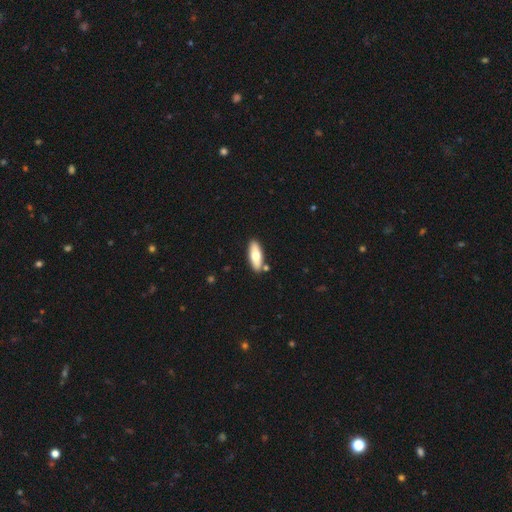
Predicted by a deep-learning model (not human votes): Q: Smooth or featured?
A: smooth (67%); runner-up: featured or disk (27%)
Q: How rounded?
A: in between (65%); runner-up: cigar-shaped (33%)
Q: Merging?
A: none (84%); runner-up: minor disturbance (9%)